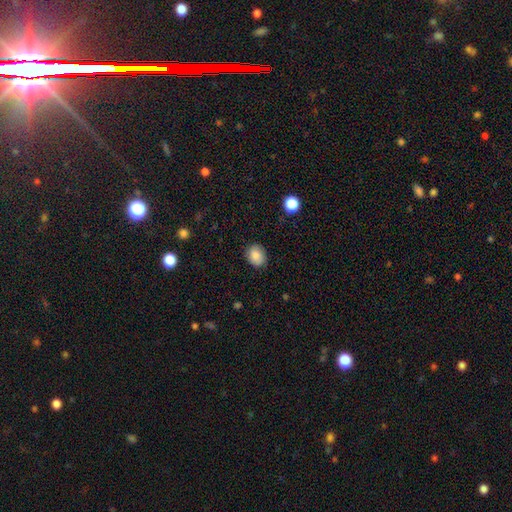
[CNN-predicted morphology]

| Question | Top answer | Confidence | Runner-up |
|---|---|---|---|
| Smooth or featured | smooth | 86% | star or artifact (8%) |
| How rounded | in between | 53% | round (46%) |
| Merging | none | 86% | minor disturbance (11%) |